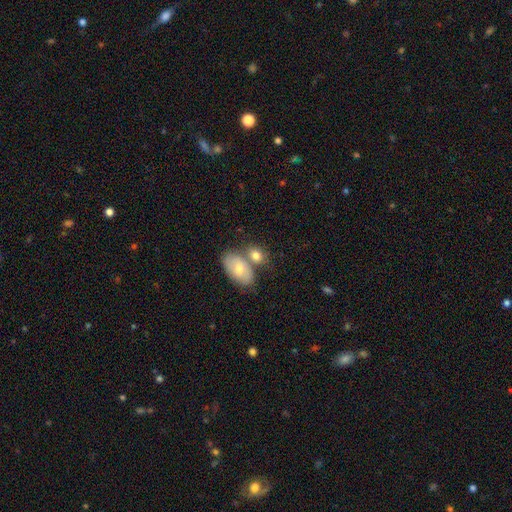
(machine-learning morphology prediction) Smooth or featured?
  - smooth: 76% *
  - featured or disk: 17%
  - star or artifact: 7%
How rounded?
  - in between: 75% *
  - round: 23%
  - cigar-shaped: 2%
Merging?
  - none: 42% *
  - merger: 41%
  - minor disturbance: 12%
  - major disturbance: 4%